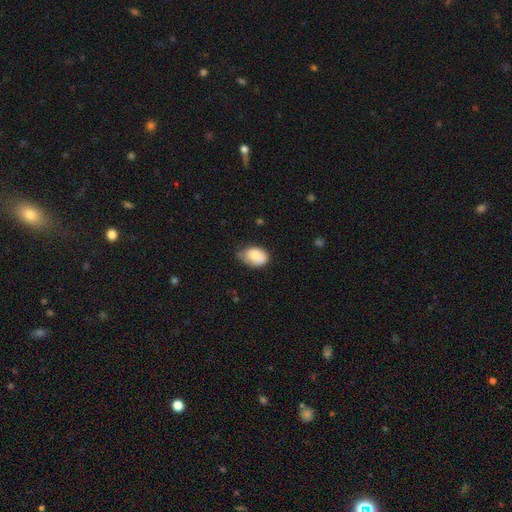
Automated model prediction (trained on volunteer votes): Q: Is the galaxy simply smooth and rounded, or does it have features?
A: smooth — 81%.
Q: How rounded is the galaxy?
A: in between — 81%.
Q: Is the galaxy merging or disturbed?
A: none — 47%.